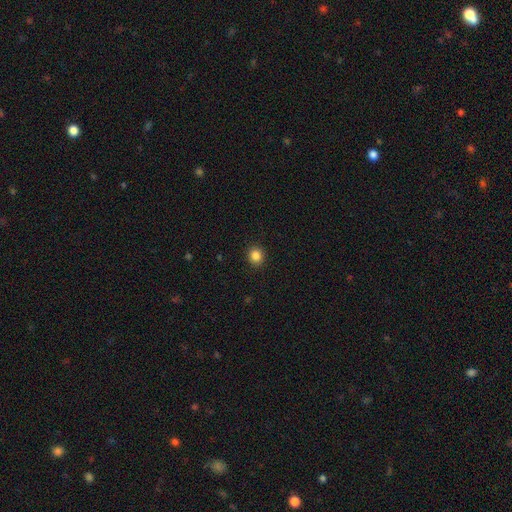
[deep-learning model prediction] Smooth or featured?
  - smooth: 85% *
  - star or artifact: 11%
  - featured or disk: 4%
How rounded?
  - round: 85% *
  - in between: 14%
  - cigar-shaped: 1%
Merging?
  - none: 92% *
  - minor disturbance: 5%
  - major disturbance: 2%
  - merger: 1%